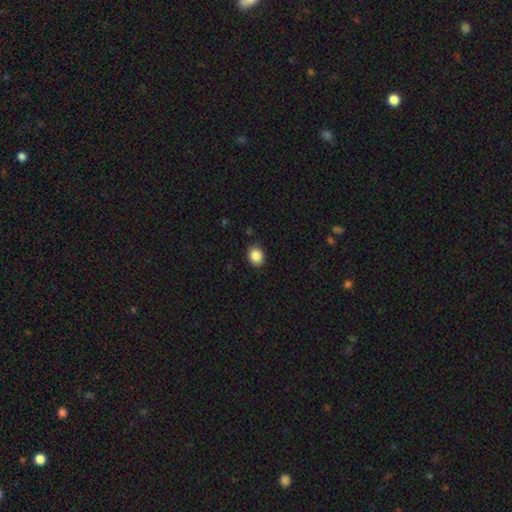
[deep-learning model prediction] Smooth or featured? smooth (87%)
How rounded? round (52%)
Merging? none (86%)